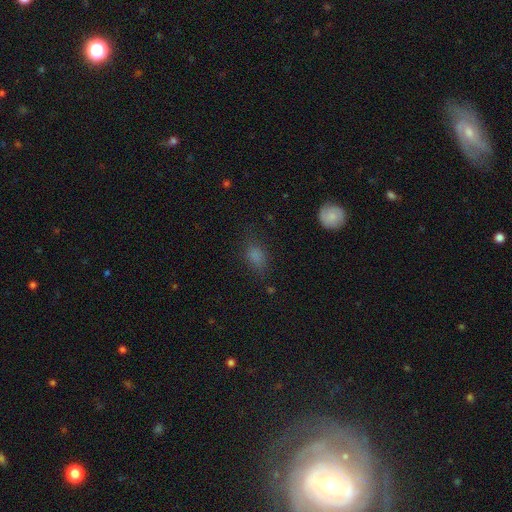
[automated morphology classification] Smooth or featured? Predicted: smooth (p=0.78). How rounded? Predicted: in between (p=0.79). Merging? Predicted: none (p=0.66).